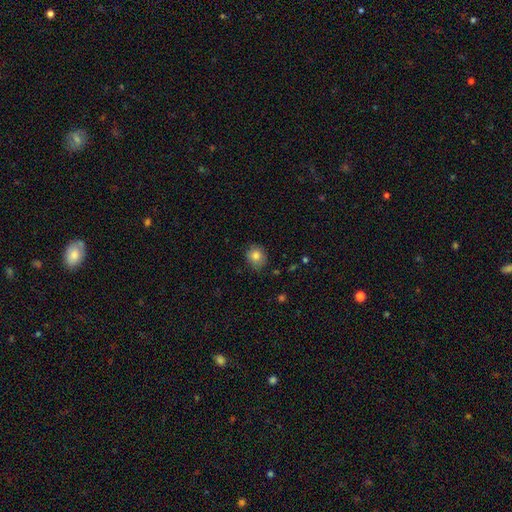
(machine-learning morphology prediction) Smooth or featured? Predicted: smooth (p=0.82). How rounded? Predicted: round (p=0.75). Merging? Predicted: none (p=0.80).